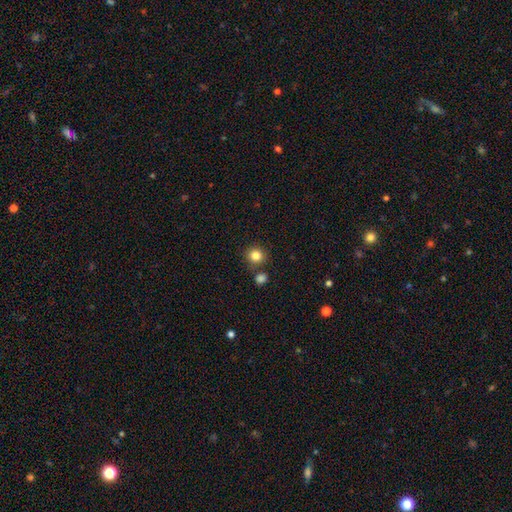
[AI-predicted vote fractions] smooth-or-featured: smooth: 84% | star or artifact: 11% | featured or disk: 5%
  how-rounded: round: 87% | in between: 12% | cigar-shaped: 1%
  merging: none: 79% | merger: 10% | minor disturbance: 8% | major disturbance: 3%